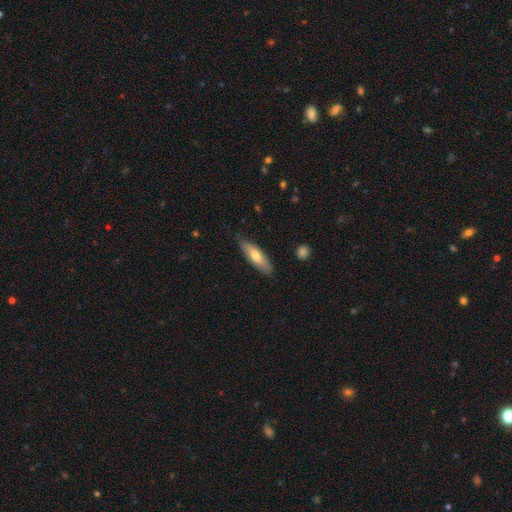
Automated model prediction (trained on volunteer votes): Smooth or featured? smooth (63%)
How rounded? cigar-shaped (54%)
Merging? none (81%)